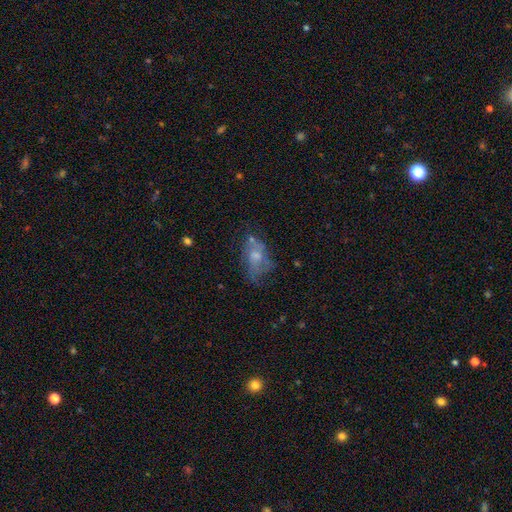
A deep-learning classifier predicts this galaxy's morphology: Q: Smooth or featured?
A: featured or disk (50%); runner-up: smooth (35%)
Q: Merging?
A: none (46%); runner-up: minor disturbance (25%)